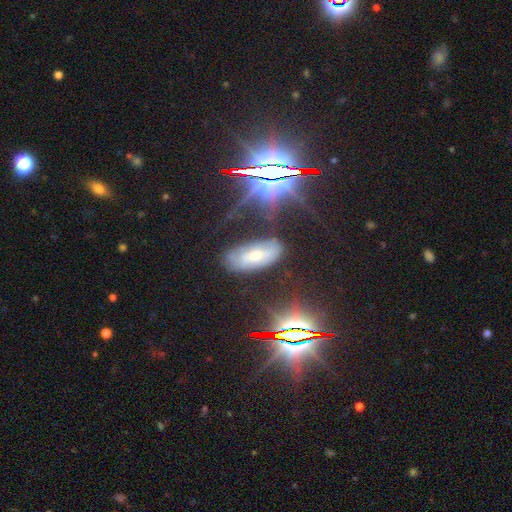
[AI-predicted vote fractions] featured or disk 38%, smooth 34%, star or artifact 28%. Down the decision tree: merging — none (66%).